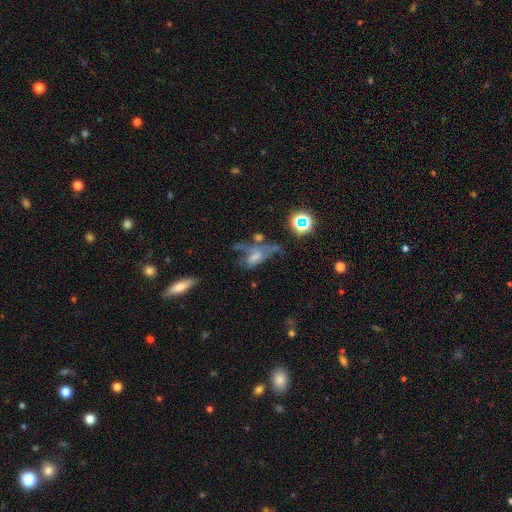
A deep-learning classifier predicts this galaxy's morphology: A featured or disk galaxy (43%).

Vote fractions:
- Smooth or featured? featured or disk: 43% / smooth: 34% / star or artifact: 23%
- Merging? major disturbance: 37% / none: 27% / minor disturbance: 19% / merger: 17%